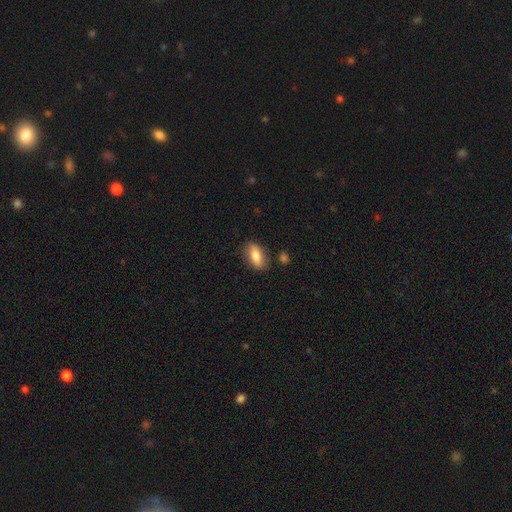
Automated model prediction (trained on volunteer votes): A smooth galaxy with no disk features (76%) that is in between round and cigar-shaped (83%). Merging: none (81%).